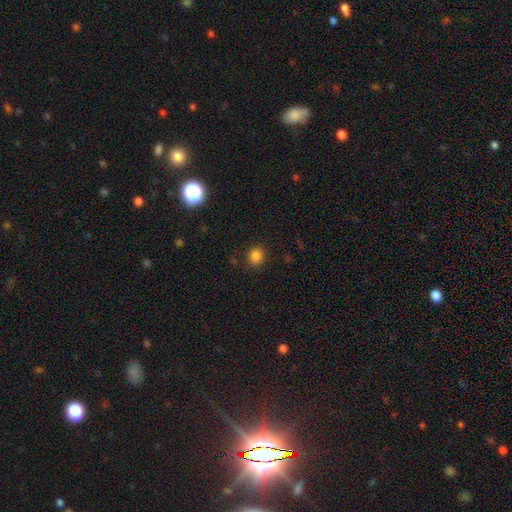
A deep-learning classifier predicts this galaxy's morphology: type=smooth (83%); roundness=round (73%); merging=none (87%).